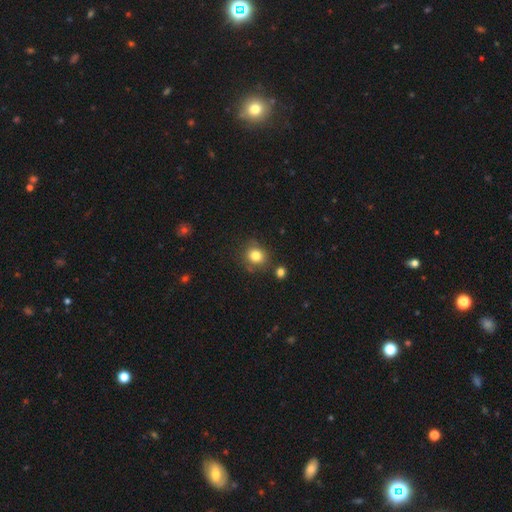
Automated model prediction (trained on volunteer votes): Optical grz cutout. It shows a smooth galaxy with no disk features (82%) that is round (81%). Merging: none (78%).